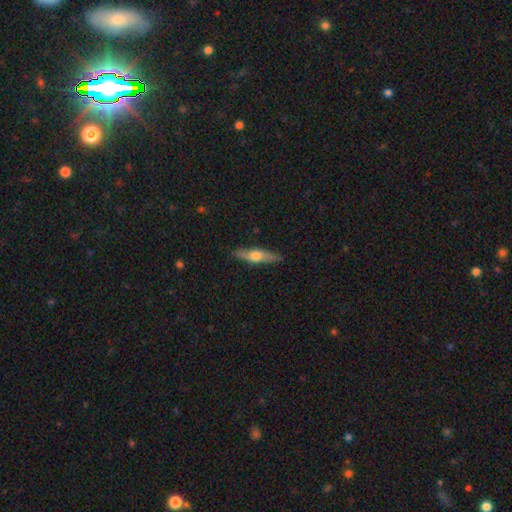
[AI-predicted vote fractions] Smooth or featured?
  - featured or disk: 50% *
  - smooth: 44%
  - star or artifact: 6%
Edge-on disk?
  - yes: 90% *
  - no: 10%
Merging?
  - none: 87% *
  - minor disturbance: 10%
  - major disturbance: 2%
  - merger: 1%